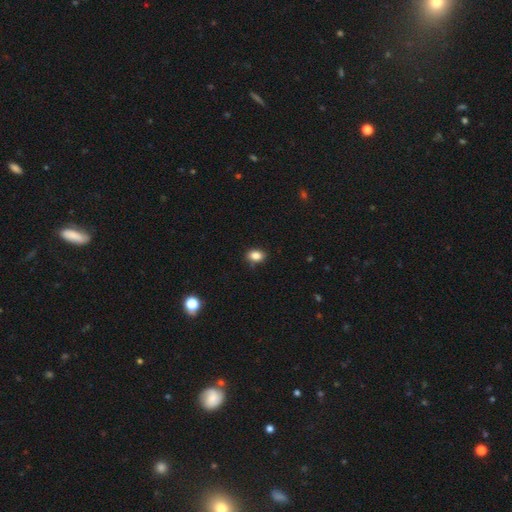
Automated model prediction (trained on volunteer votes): Morphology: type=smooth (85%); roundness=in between (75%); merging=none (85%).